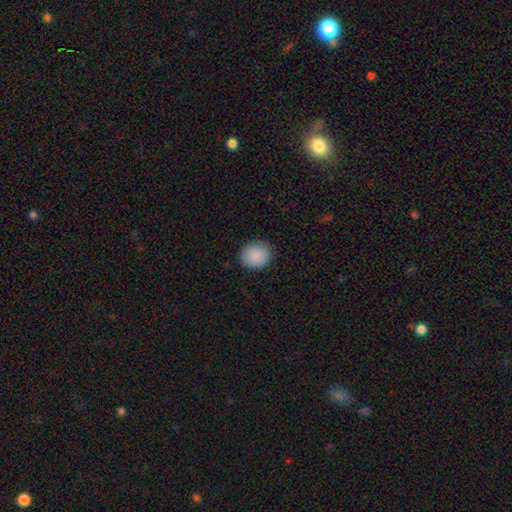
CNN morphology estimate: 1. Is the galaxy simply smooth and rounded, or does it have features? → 90% smooth, 7% star or artifact, 3% featured or disk.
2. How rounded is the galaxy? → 79% round, 20% in between, 1% cigar-shaped.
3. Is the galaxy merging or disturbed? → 89% none, 8% minor disturbance, 2% major disturbance, 1% merger.